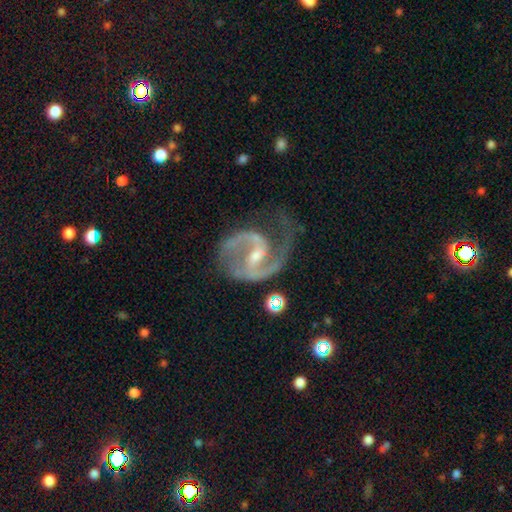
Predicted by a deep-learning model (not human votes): featured or disk 92%, star or artifact 5%, smooth 3%. Down the decision tree: edge-on disk — no (98%); bar — weak (49%); spiral arms — yes (98%); spiral arm count — 2 (88%); spiral winding — medium (60%); bulge size — small (58%); merging — none (60%).